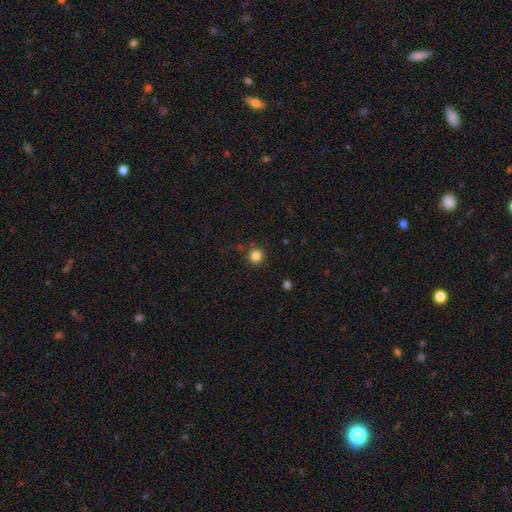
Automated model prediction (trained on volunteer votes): smooth-or-featured: smooth: 83% | star or artifact: 13% | featured or disk: 4%
  how-rounded: round: 94% | in between: 5% | cigar-shaped: 1%
  merging: none: 84% | minor disturbance: 9% | major disturbance: 3% | merger: 3%